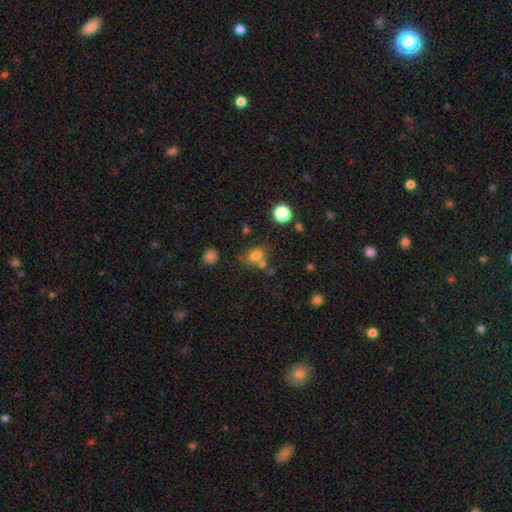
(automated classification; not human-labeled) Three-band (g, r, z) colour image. It shows a smooth galaxy with no disk features (76%) that is in between round and cigar-shaped (57%). Merging: none (54%).